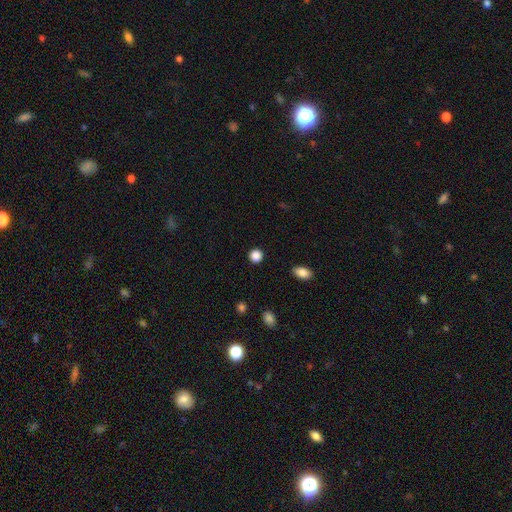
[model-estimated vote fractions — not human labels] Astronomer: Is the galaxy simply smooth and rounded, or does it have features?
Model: smooth — 87%.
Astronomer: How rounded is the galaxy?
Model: round — 91%.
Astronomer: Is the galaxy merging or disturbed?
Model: none — 91%.